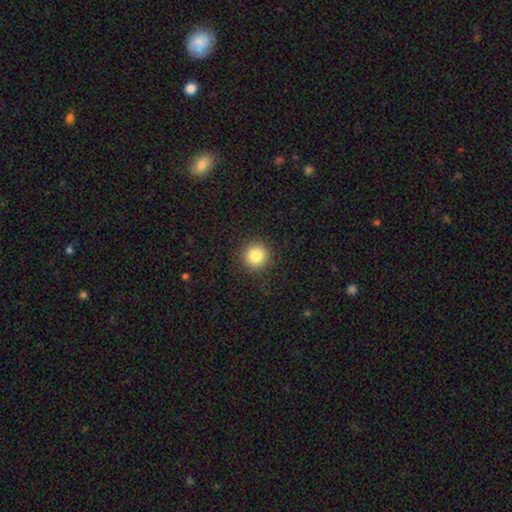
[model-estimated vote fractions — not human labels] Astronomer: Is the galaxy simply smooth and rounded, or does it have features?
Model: smooth — 83%.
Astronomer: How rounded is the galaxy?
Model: round — 94%.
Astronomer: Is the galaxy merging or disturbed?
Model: none — 90%.